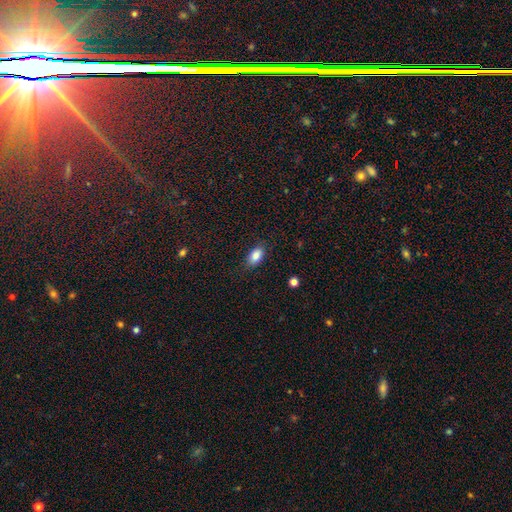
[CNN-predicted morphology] This appears to be a smooth galaxy with no disk features (85%) that is in between round and cigar-shaped (90%). Merging: none (84%).